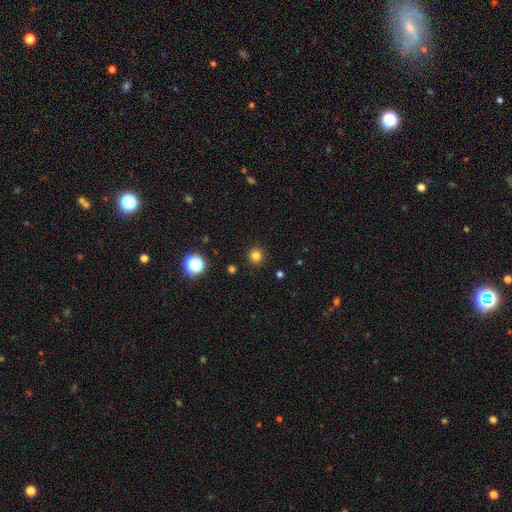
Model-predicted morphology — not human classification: A smooth galaxy with no disk features (80%) that is round (95%).

Vote fractions:
- Smooth or featured? smooth: 80% / star or artifact: 15% / featured or disk: 4%
- How rounded? round: 95% / in between: 4% / cigar-shaped: 1%
- Merging? none: 92% / minor disturbance: 5% / major disturbance: 2% / merger: 1%